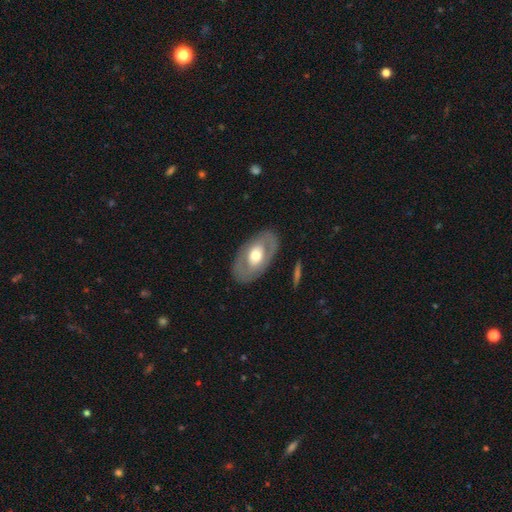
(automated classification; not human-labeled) Smooth or featured? Predicted: featured or disk (p=0.55). Edge-on disk? Predicted: no (p=0.89). Merging? Predicted: none (p=0.83).